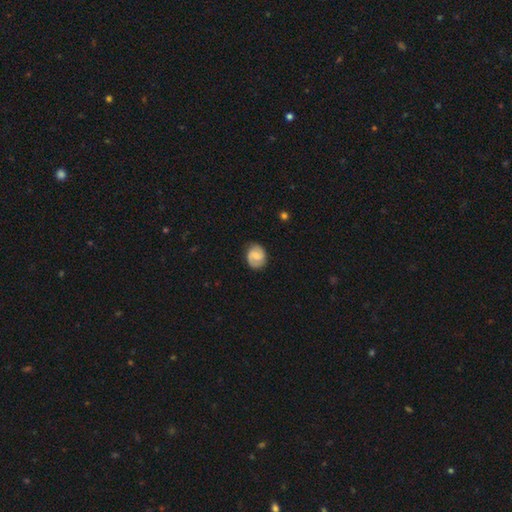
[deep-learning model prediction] Smooth or featured: featured or disk — 53% (smooth — 40%)
Edge-on disk: no — 98% (yes — 2%)
Bar: weak — 52% (no — 31%)
Spiral arms: yes — 89% (no — 11%)
Bulge size: small — 39% (moderate — 31%)
Merging: none — 79% (minor disturbance — 15%)